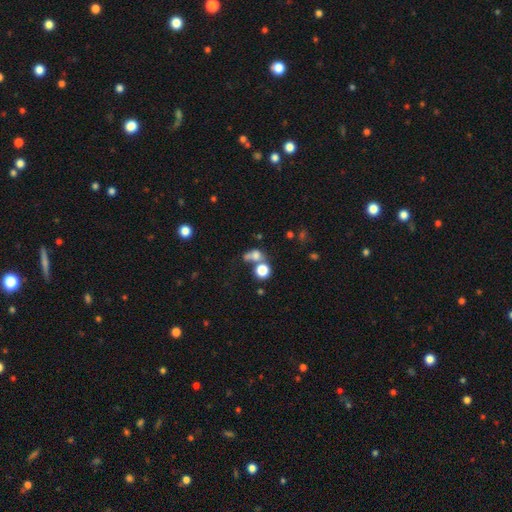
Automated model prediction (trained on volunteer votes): smooth 69%, star or artifact 17%, featured or disk 14%. Down the decision tree: how rounded — round (63%); merging — merger (44%).